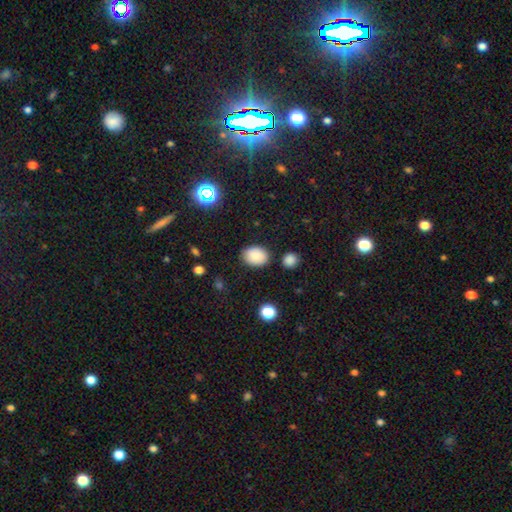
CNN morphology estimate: A smooth galaxy with no disk features (86%) that is in between round and cigar-shaped (68%).

Vote fractions:
- Smooth or featured? smooth: 86% / star or artifact: 9% / featured or disk: 5%
- How rounded? in between: 68% / round: 31% / cigar-shaped: 1%
- Merging? none: 83% / minor disturbance: 11% / merger: 3% / major disturbance: 3%